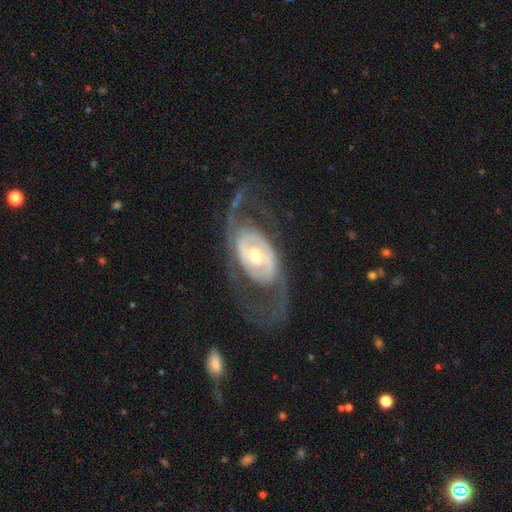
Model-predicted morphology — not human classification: smooth-or-featured: featured or disk: 85% | smooth: 11% | star or artifact: 4%
  disk-edge-on: no: 93% | yes: 7%
    bar: no: 50% | weak: 31% | strong: 19%
    has-spiral-arms: yes: 77% | no: 23%
      spiral-winding: medium: 42% | loose: 33% | tight: 25%
      spiral-arm-count: 2: 78% | can't tell: 11% | 1: 4% | 3: 3% | 4: 2% | more than 4: 2%
    bulge-size: moderate: 65% | small: 24% | large: 9% | dominant: 1% | none: 1%
  merging: none: 64% | major disturbance: 22% | minor disturbance: 13% | merger: 2%